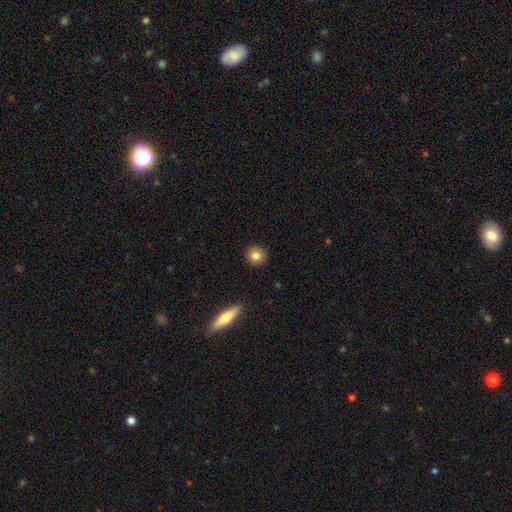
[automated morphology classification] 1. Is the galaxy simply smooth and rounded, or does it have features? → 82% smooth, 9% star or artifact, 9% featured or disk.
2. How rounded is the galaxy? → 91% round, 8% in between, 1% cigar-shaped.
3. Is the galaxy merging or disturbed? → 91% none, 6% minor disturbance, 2% major disturbance, 1% merger.